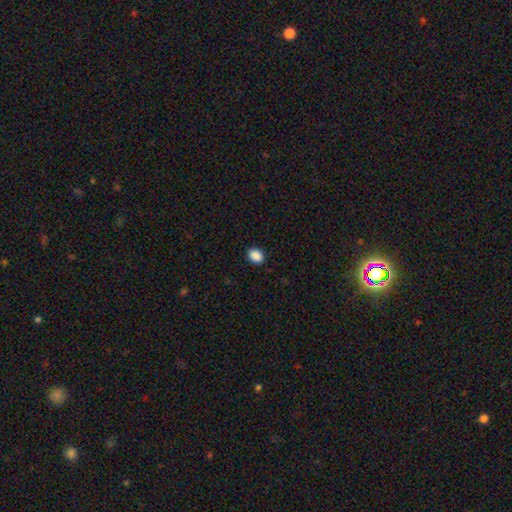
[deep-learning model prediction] The model was most divided on "how rounded": in between: 66%, round: 33%, cigar-shaped: 1%. More confident: merging — none (90%); smooth or featured — smooth (89%).